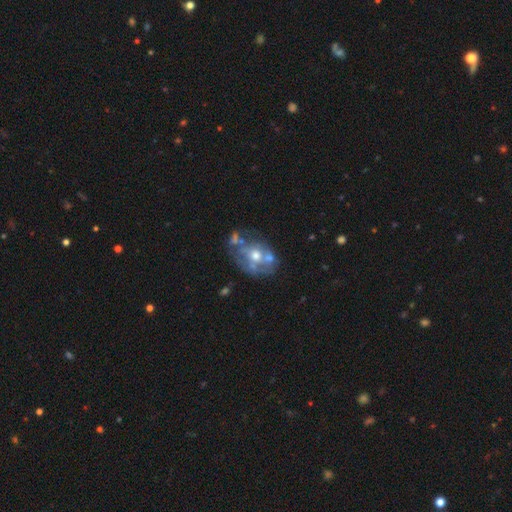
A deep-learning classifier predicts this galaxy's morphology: A featured or disk galaxy (61%) with no bar (84%), no spiral arms (81%) and a moderate central bulge (71%).

Vote fractions:
- Smooth or featured? featured or disk: 61% / smooth: 29% / star or artifact: 9%
- Edge-on disk? no: 96% / yes: 4%
- Bar? no: 84% / weak: 12% / strong: 4%
- Spiral arms? no: 81% / yes: 19%
- Bulge size? moderate: 71% / small: 17% / large: 8% / none: 3% / dominant: 1%
- Merging? none: 38% / merger: 24% / minor disturbance: 21% / major disturbance: 17%